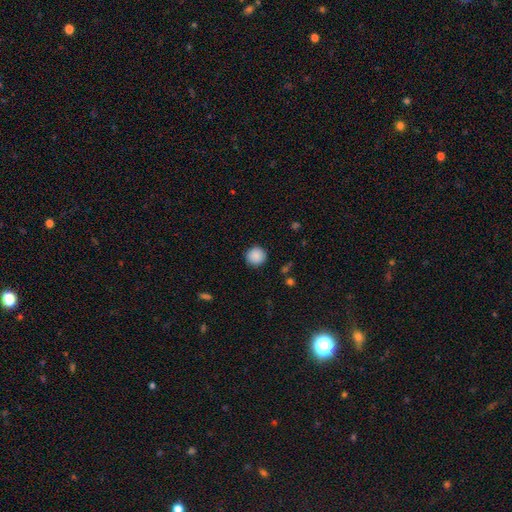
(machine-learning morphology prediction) Smooth or featured: smooth — 89% (star or artifact — 8%)
How rounded: round — 94% (in between — 5%)
Merging: none — 90% (minor disturbance — 7%)